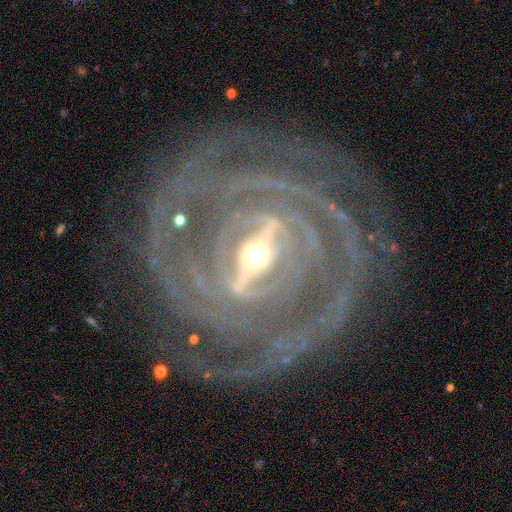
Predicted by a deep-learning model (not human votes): smooth-or-featured: featured or disk: 93% | star or artifact: 4% | smooth: 3%
  disk-edge-on: no: 95% | yes: 5%
    bar: strong: 74% | weak: 19% | no: 7%
    has-spiral-arms: yes: 97% | no: 3%
      spiral-winding: tight: 75% | medium: 20% | loose: 5%
      spiral-arm-count: can't tell: 21% (tied) | 4: 21% (tied) | 2: 19% | 3: 17% | more than 4: 15% | 1: 9%
    bulge-size: small: 47% | moderate: 46% | large: 4% | dominant: 1% | none: 1%
  merging: none: 75% | minor disturbance: 13% | major disturbance: 10% | merger: 2%